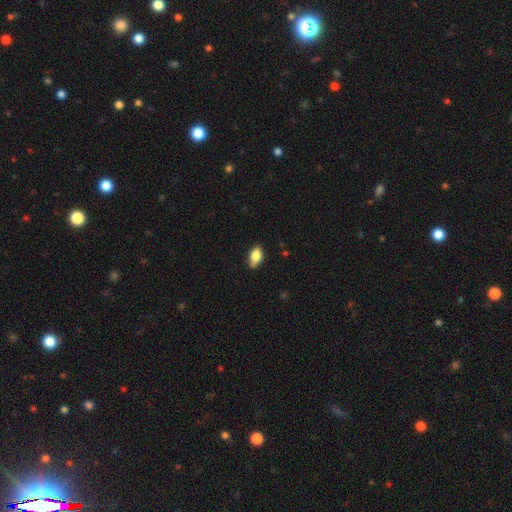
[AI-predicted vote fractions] smooth 82%, featured or disk 11%, star or artifact 7%. Down the decision tree: how rounded — in between (90%); merging — none (69%).